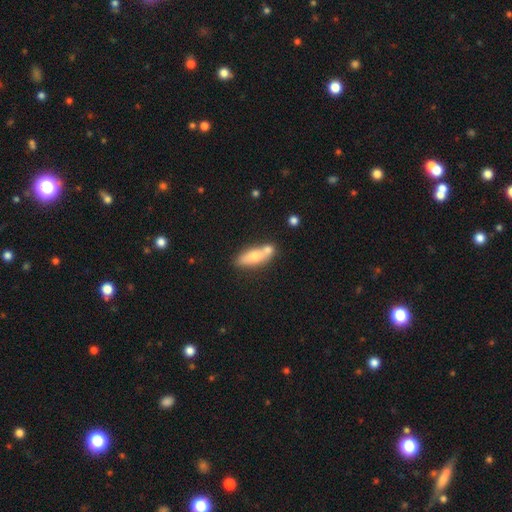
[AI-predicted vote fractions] This appears to be a smooth galaxy with no disk features (68%) that is in between round and cigar-shaped (56%). Merging: none (51%).